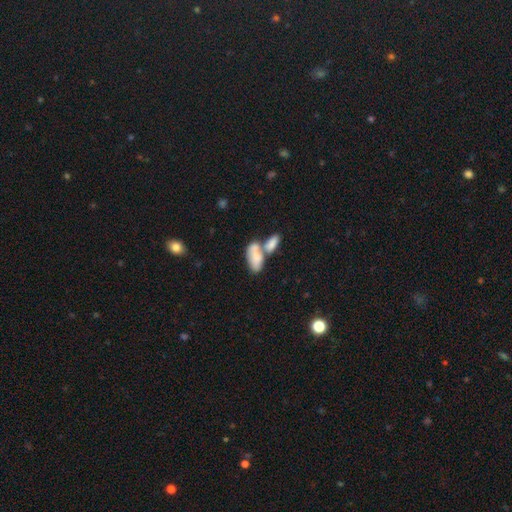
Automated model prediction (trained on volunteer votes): The model was most divided on "merging": merger: 64%, none: 21%, minor disturbance: 9%, major disturbance: 6%. More confident: how rounded — in between (91%); smooth or featured — smooth (74%).